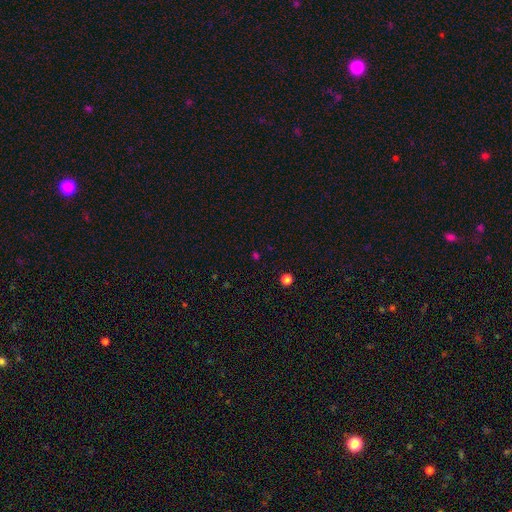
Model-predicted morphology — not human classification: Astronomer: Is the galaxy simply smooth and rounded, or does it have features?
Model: star or artifact — 50% (runner-up: smooth, 44%).